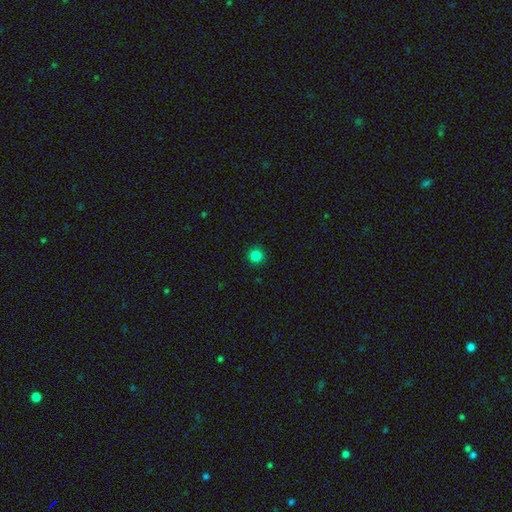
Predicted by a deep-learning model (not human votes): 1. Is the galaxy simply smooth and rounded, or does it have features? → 84% smooth, 13% star or artifact, 4% featured or disk.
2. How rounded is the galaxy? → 96% round, 3% in between, 1% cigar-shaped.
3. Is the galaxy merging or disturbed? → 93% none, 5% minor disturbance, 2% major disturbance, 1% merger.